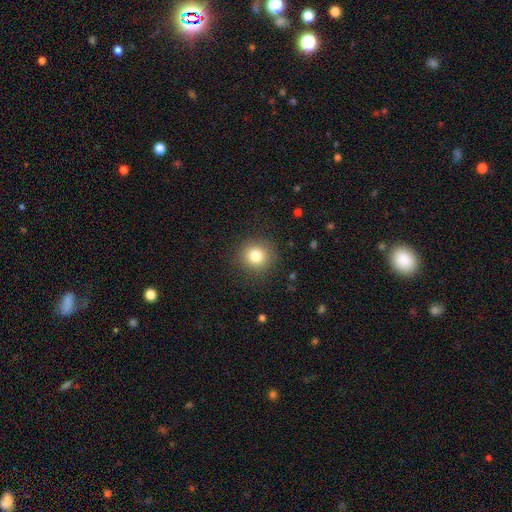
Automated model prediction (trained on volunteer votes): smooth_or_featured: smooth (p=0.81) [alt: star or artifact p=0.11]
how_rounded: round (p=0.92) [alt: in between p=0.07]
merging: none (p=0.89) [alt: minor disturbance p=0.07]